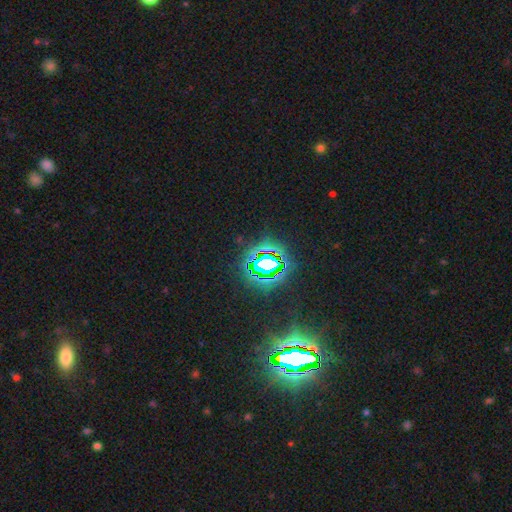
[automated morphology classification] star or artifact 79%, smooth 12%, featured or disk 9%.